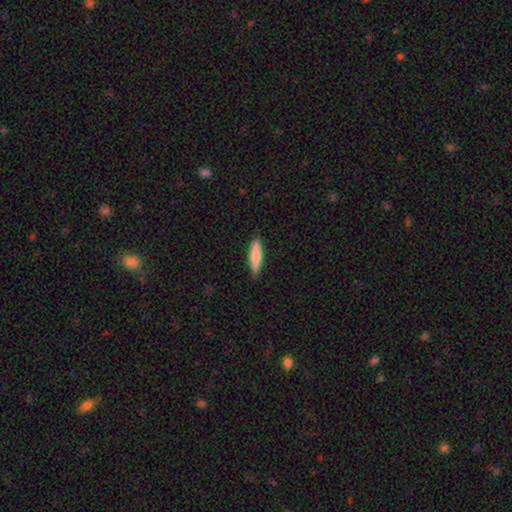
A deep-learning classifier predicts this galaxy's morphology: Smooth or featured?
  - smooth: 76% *
  - featured or disk: 18%
  - star or artifact: 6%
How rounded?
  - cigar-shaped: 76% *
  - in between: 22%
  - round: 2%
Merging?
  - none: 86% *
  - minor disturbance: 11%
  - major disturbance: 2%
  - merger: 1%